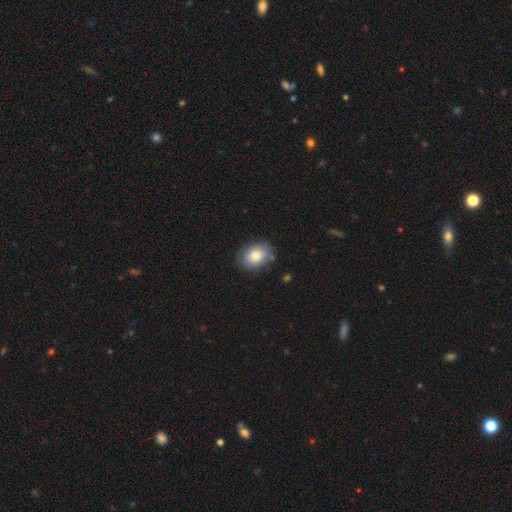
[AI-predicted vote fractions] A smooth galaxy with no disk features (81%) that is in between round and cigar-shaped (61%).

Vote fractions:
- Smooth or featured? smooth: 81% / featured or disk: 11% / star or artifact: 8%
- How rounded? in between: 61% / round: 38% / cigar-shaped: 1%
- Merging? none: 79% / minor disturbance: 16% / major disturbance: 3% / merger: 2%